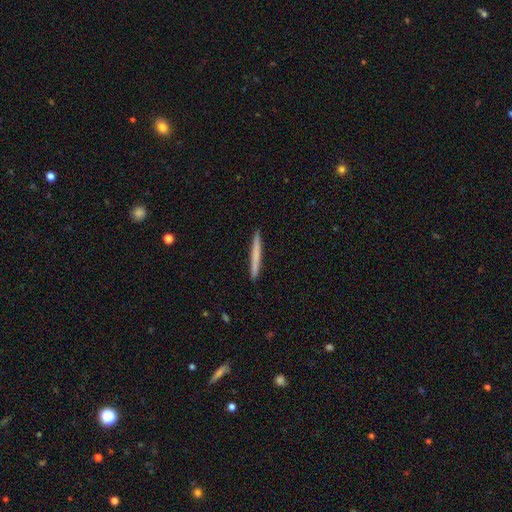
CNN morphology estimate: Smooth or featured? Predicted: smooth (p=0.66). How rounded? Predicted: cigar-shaped (p=0.97). Merging? Predicted: none (p=0.93).